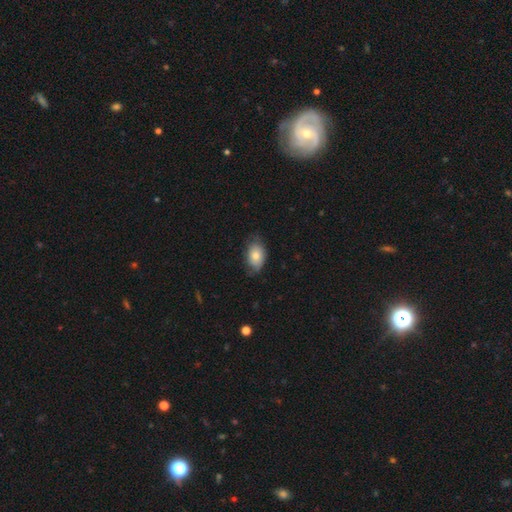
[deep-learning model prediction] Smooth or featured? Predicted: smooth (p=0.76). How rounded? Predicted: in between (p=0.86). Merging? Predicted: none (p=0.64).